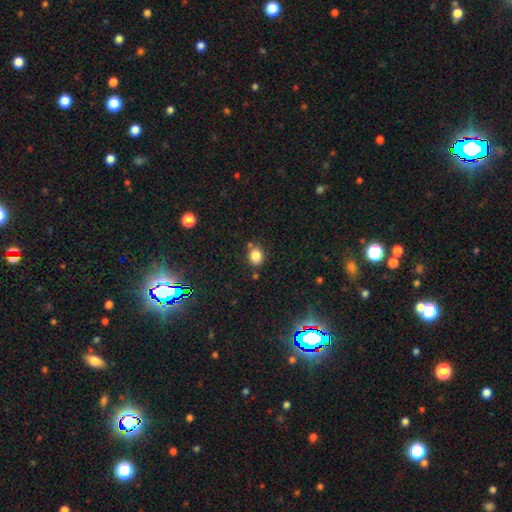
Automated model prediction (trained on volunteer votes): The model was most divided on "how rounded": in between: 50%, round: 49%, cigar-shaped: 1%. More confident: smooth or featured — smooth (82%); merging — none (76%).